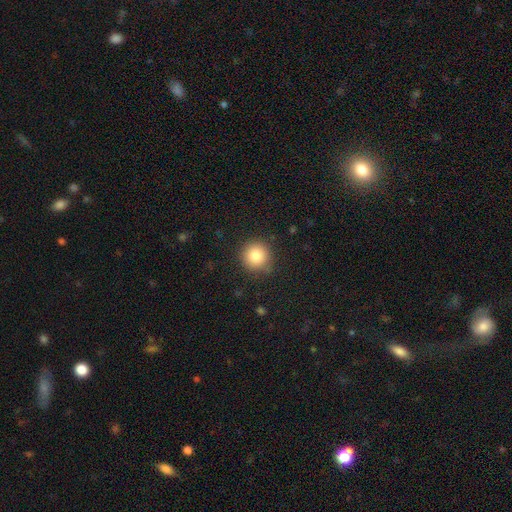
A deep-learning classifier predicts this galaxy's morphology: A smooth galaxy with no disk features (83%) that is round (94%).

Vote fractions:
- Smooth or featured? smooth: 83% / star or artifact: 10% / featured or disk: 7%
- How rounded? round: 94% / in between: 6% / cigar-shaped: 1%
- Merging? none: 87% / minor disturbance: 10% / major disturbance: 3% / merger: 1%